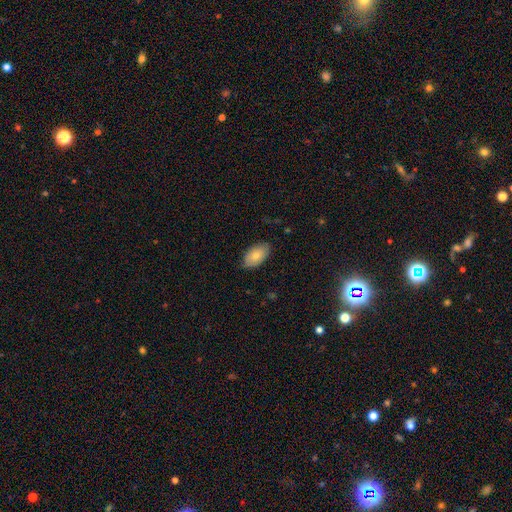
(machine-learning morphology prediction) Smooth or featured? smooth (79%)
How rounded? in between (94%)
Merging? none (82%)